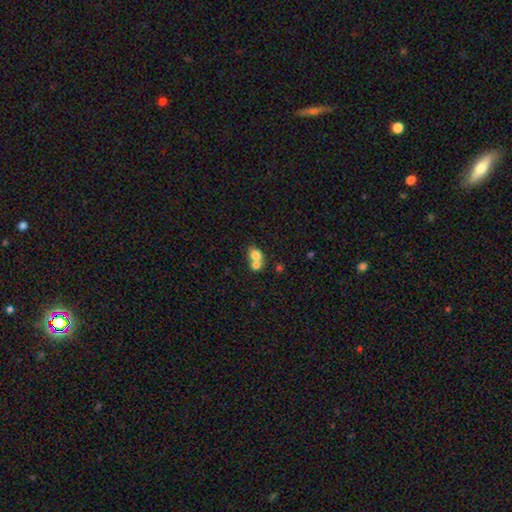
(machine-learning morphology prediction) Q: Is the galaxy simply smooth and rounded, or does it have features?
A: smooth — 74%.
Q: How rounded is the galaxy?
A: round — 57%.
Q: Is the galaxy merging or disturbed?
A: merger — 66%.